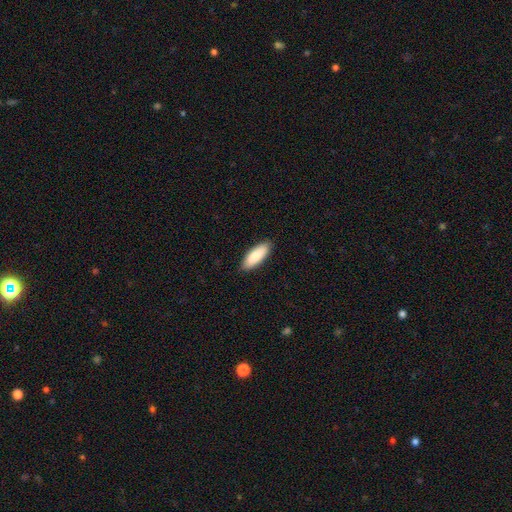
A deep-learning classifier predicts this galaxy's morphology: smooth-or-featured: smooth: 86% | featured or disk: 9% | star or artifact: 5%
  how-rounded: in between: 65% | cigar-shaped: 33% | round: 2%
  merging: none: 89% | minor disturbance: 8% | major disturbance: 2% | merger: 1%